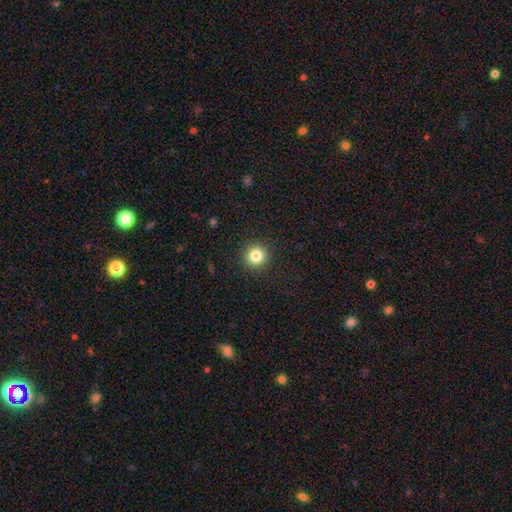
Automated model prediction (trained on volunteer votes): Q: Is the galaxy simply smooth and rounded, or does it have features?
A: smooth — 83%.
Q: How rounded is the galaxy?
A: round — 94%.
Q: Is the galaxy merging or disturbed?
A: none — 92%.